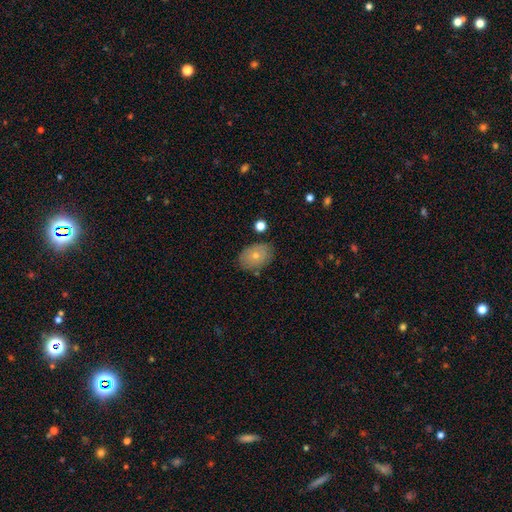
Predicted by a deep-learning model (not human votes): A smooth galaxy with no disk features (66%) that is in between round and cigar-shaped (78%). Merging: none (78%).